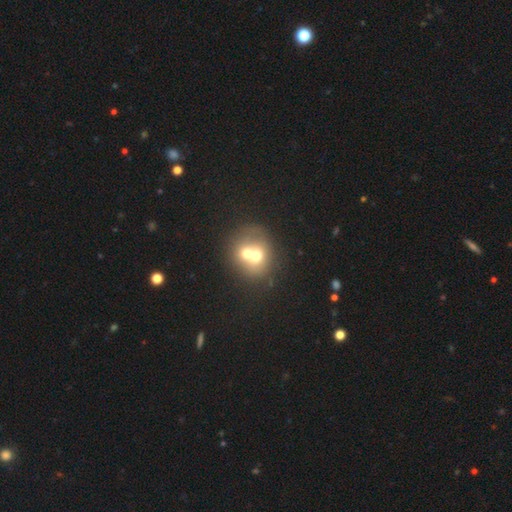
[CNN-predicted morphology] This is likely a smooth galaxy (61%). How rounded: likely round (72%). Merging: likely merger (67%).